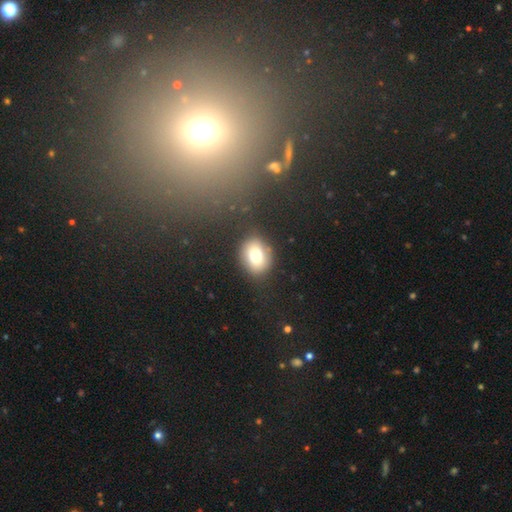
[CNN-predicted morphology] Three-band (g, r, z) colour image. It shows a smooth galaxy with no disk features (77%) that is in between round and cigar-shaped (52%). Merging: none (80%).